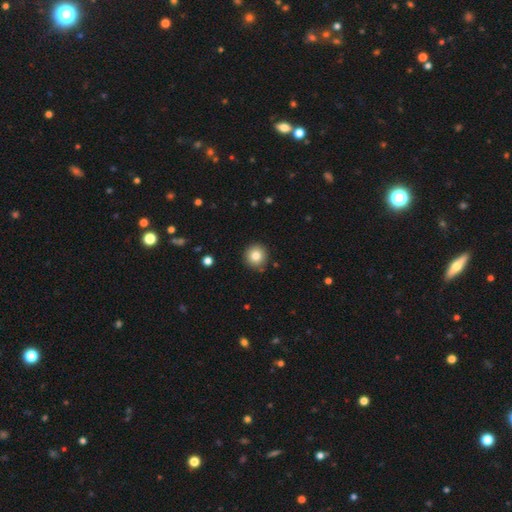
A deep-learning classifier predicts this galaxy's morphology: smooth 82%, star or artifact 10%, featured or disk 8%. Down the decision tree: how rounded — round (94%); merging — none (89%).